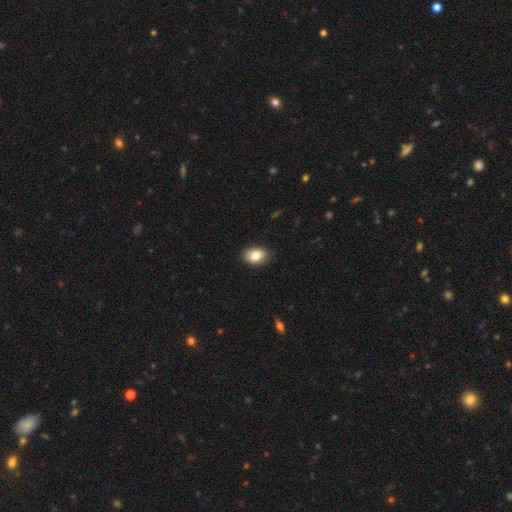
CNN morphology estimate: Q: Smooth or featured?
A: smooth (83%); runner-up: featured or disk (9%)
Q: How rounded?
A: in between (73%); runner-up: round (25%)
Q: Merging?
A: none (87%); runner-up: minor disturbance (10%)